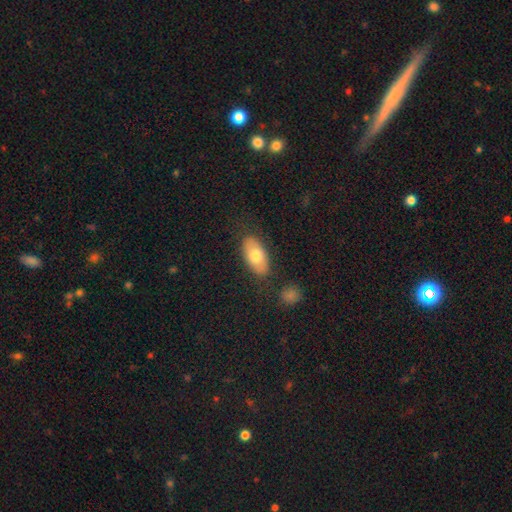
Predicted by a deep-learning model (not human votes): Smooth or featured: smooth — 72% (featured or disk — 22%)
How rounded: in between — 91% (cigar-shaped — 4%)
Merging: none — 80% (minor disturbance — 13%)